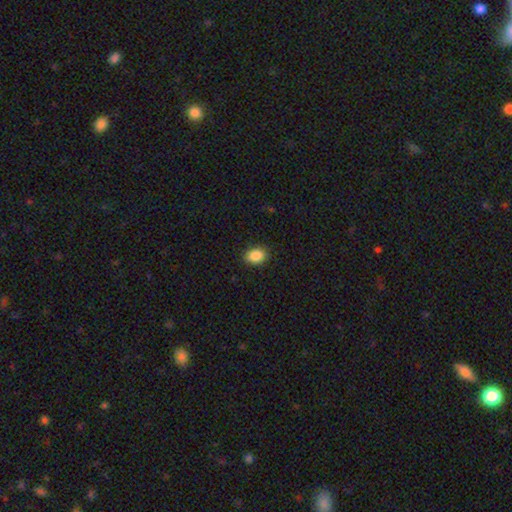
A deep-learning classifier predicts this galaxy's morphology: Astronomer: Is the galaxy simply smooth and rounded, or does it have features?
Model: smooth — 88%.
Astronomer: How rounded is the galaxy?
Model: in between — 75%.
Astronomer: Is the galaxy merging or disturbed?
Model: none — 88%.